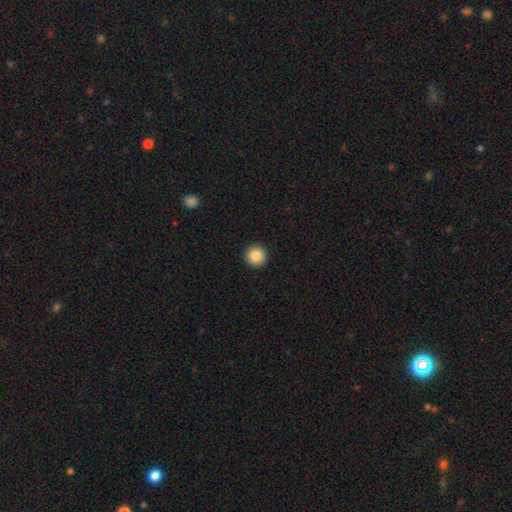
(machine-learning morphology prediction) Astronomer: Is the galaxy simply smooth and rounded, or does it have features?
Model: smooth — 86%.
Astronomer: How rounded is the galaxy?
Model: round — 95%.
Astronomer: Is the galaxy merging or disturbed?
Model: none — 94%.